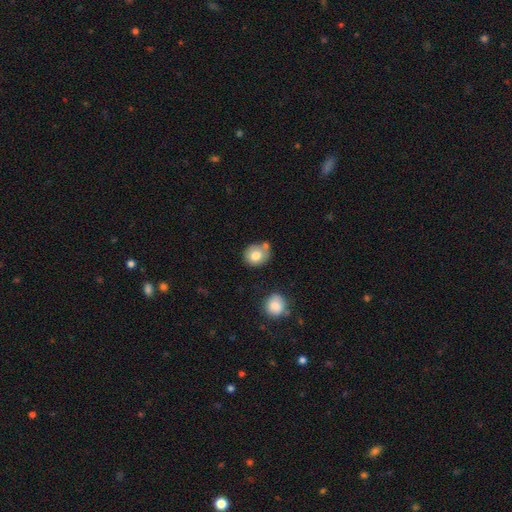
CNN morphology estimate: Smooth or featured? smooth (77%)
How rounded? round (75%)
Merging? none (59%)